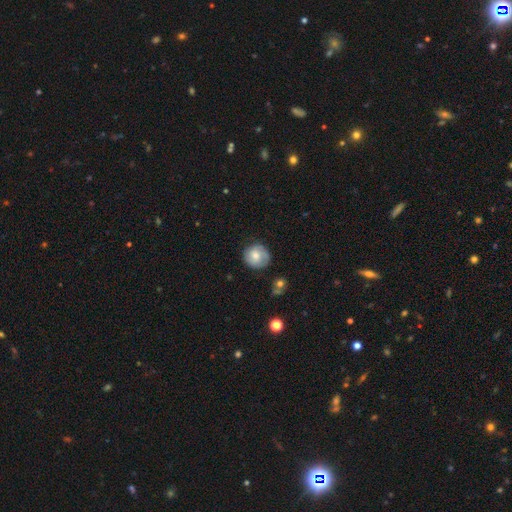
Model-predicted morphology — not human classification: This is likely a smooth galaxy (66%). How rounded: clearly round (89%). Merging: likely none (77%).